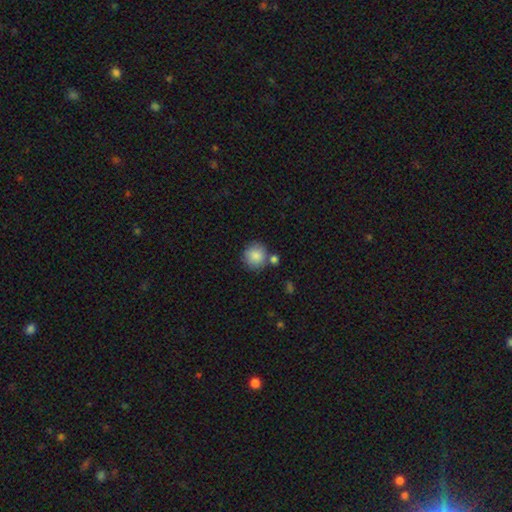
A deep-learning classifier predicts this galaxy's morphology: Smooth or featured? Predicted: smooth (p=0.87). How rounded? Predicted: round (p=0.91). Merging? Predicted: none (p=0.72).